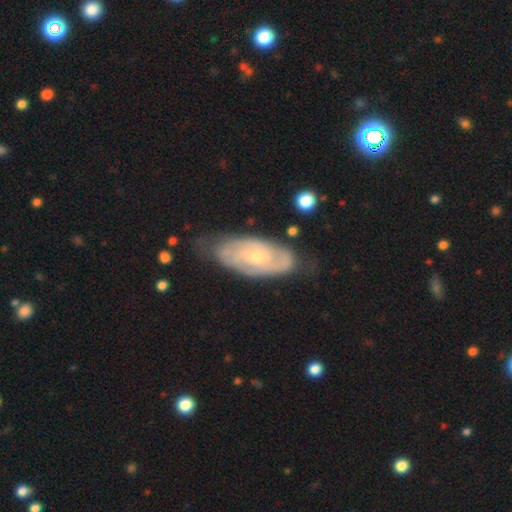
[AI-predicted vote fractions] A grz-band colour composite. It shows a featured or disk galaxy (74%) with no bar (74%), tight (71%) spiral arms (84%) and a small central bulge (60%). Merging: none (77%).